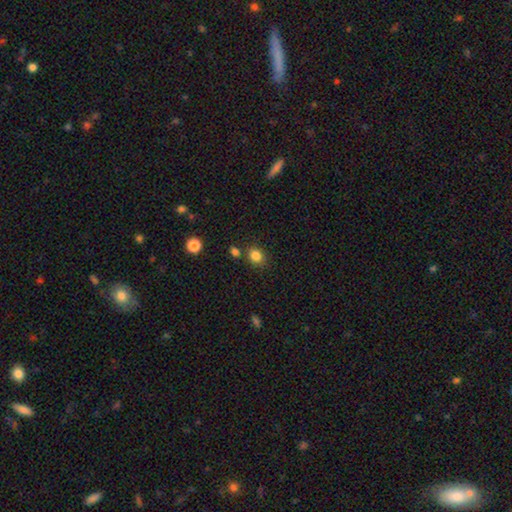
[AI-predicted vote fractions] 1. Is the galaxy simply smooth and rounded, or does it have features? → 84% smooth, 12% star or artifact, 5% featured or disk.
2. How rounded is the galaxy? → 64% round, 35% in between, 1% cigar-shaped.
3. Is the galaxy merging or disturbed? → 76% none, 12% minor disturbance, 9% merger, 3% major disturbance.